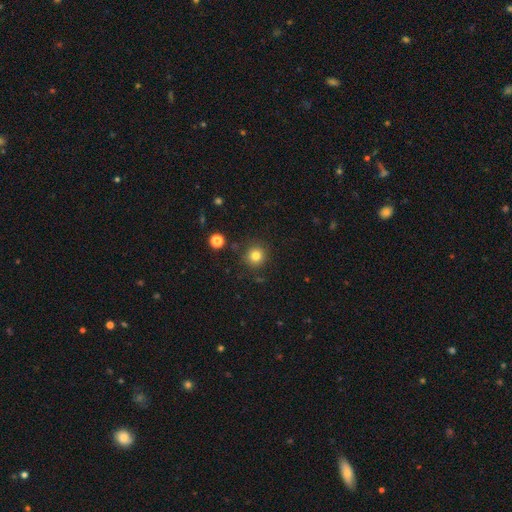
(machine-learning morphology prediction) Smooth or featured? smooth (81%)
How rounded? round (94%)
Merging? none (87%)